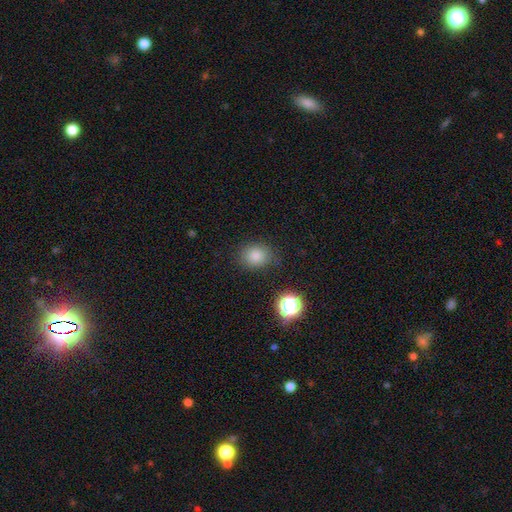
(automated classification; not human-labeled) A smooth galaxy with no disk features (80%) that is round (57%). Merging: none (81%).